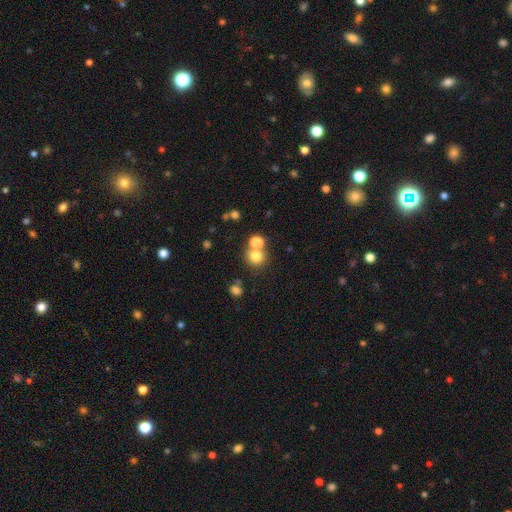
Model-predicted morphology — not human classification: Overall: smooth (76%). How rounded: round (86%). Merging: none (59%; merger 29%).